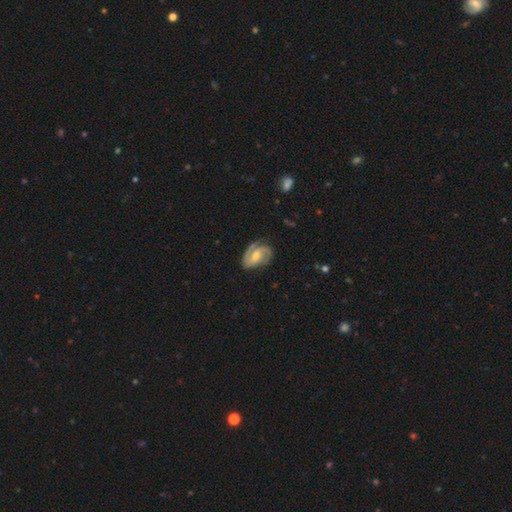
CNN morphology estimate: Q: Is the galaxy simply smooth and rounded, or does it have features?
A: featured or disk — 85%.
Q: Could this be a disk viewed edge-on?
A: no — 97%.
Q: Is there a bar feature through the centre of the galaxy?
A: weak — 47%.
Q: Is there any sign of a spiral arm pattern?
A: yes — 97%.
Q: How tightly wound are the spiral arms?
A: medium — 46%.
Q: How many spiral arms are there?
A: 2 — 80%.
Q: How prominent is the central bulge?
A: moderate — 51%.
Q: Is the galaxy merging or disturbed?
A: none — 72%.